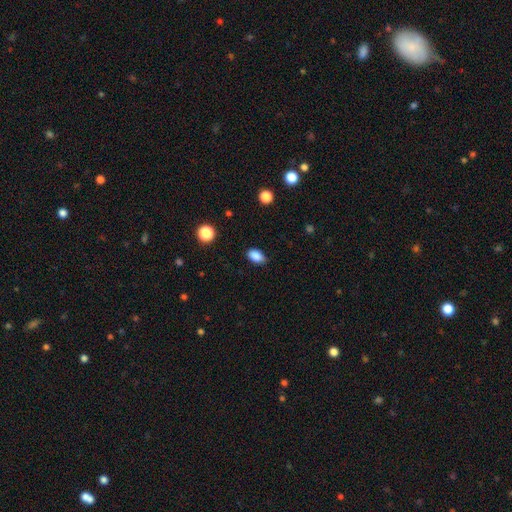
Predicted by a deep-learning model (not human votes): smooth-or-featured: smooth: 87% | star or artifact: 9% | featured or disk: 4%
  how-rounded: in between: 89% | round: 9% | cigar-shaped: 2%
  merging: none: 83% | minor disturbance: 13% | major disturbance: 3% | merger: 1%